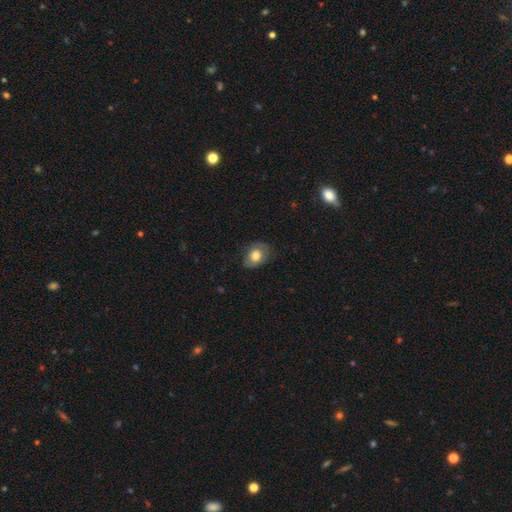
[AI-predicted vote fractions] Smooth or featured? smooth (68%)
How rounded? in between (69%)
Merging? none (71%)